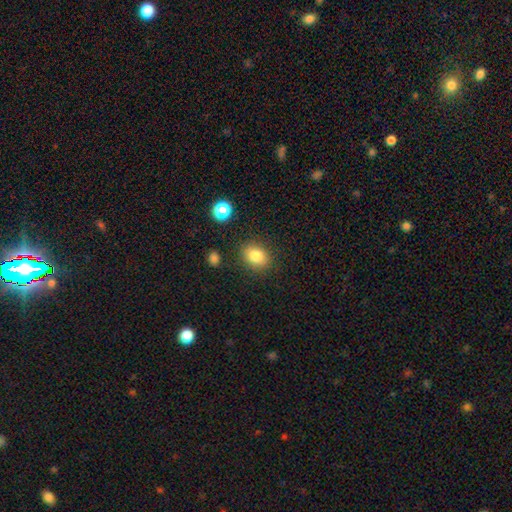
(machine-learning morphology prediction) smooth_or_featured: smooth (p=0.84) [alt: star or artifact p=0.10]
how_rounded: in between (p=0.70) [alt: round p=0.29]
merging: none (p=0.84) [alt: minor disturbance p=0.10]